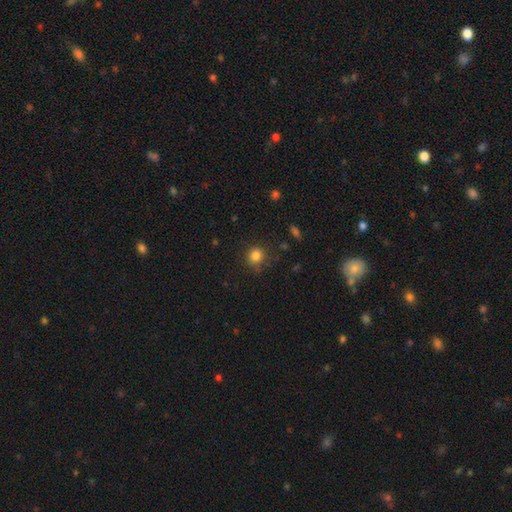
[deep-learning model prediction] Q: Smooth or featured?
A: smooth (83%); runner-up: star or artifact (12%)
Q: How rounded?
A: round (88%); runner-up: in between (11%)
Q: Merging?
A: none (78%); runner-up: minor disturbance (15%)